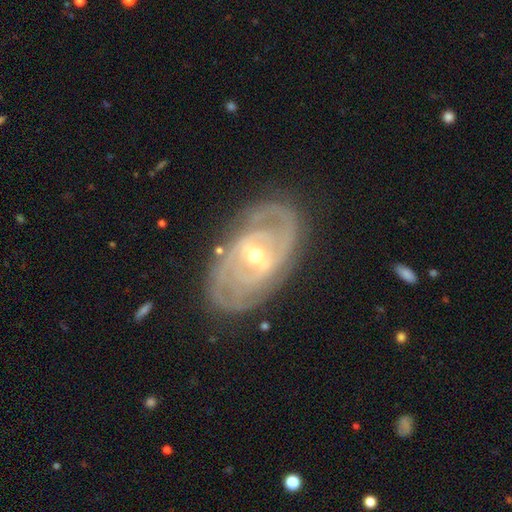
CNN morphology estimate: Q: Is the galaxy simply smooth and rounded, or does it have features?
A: featured or disk — 88%.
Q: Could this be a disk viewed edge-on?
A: no — 95%.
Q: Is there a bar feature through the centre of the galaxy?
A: weak — 46%.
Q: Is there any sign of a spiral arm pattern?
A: yes — 94%.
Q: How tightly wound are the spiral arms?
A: tight — 71%.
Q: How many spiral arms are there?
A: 2 — 38%.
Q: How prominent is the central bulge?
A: moderate — 52%.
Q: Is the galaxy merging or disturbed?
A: none — 79%.